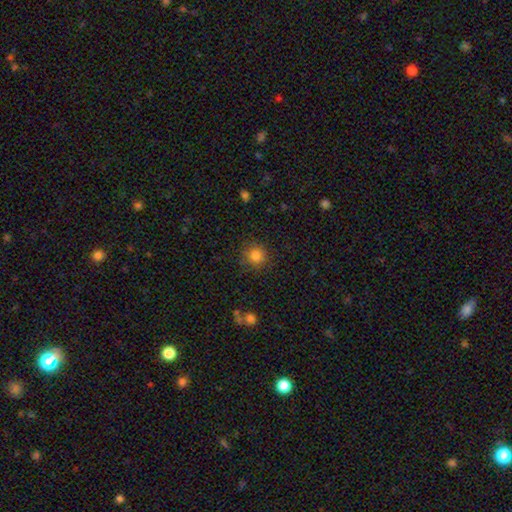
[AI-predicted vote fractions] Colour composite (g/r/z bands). It shows a smooth galaxy with no disk features (83%) that is round (93%). Merging: none (87%).